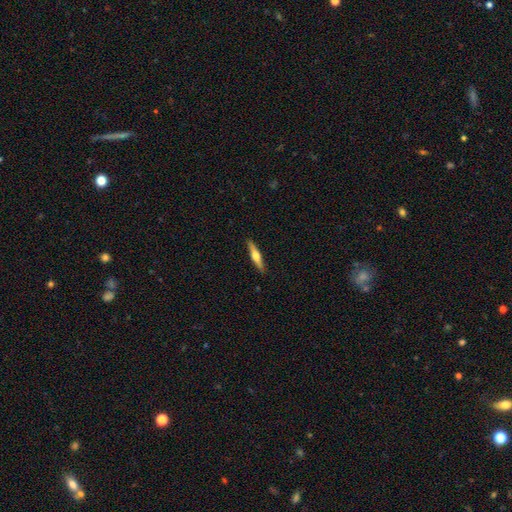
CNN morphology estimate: Smooth or featured? featured or disk (56%)
Edge-on disk? yes (96%)
Edge-on bulge? rounded (90%)
Merging? none (90%)